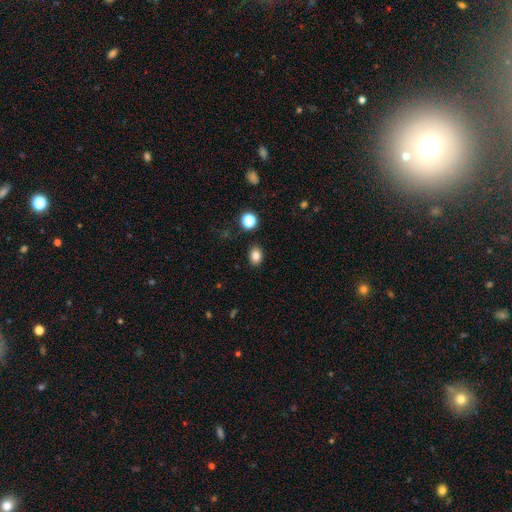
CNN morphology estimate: Smooth or featured: smooth — 83% (star or artifact — 12%)
How rounded: in between — 59% (round — 40%)
Merging: none — 88% (minor disturbance — 8%)